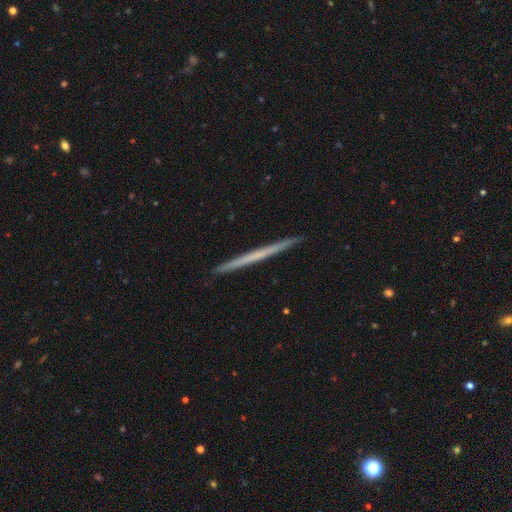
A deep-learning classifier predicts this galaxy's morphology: Q: Smooth or featured?
A: featured or disk (57%); runner-up: smooth (38%)
Q: Edge-on disk?
A: yes (98%); runner-up: no (2%)
Q: Edge-on bulge?
A: none (91%); runner-up: rounded (6%)
Q: Merging?
A: none (93%); runner-up: minor disturbance (5%)